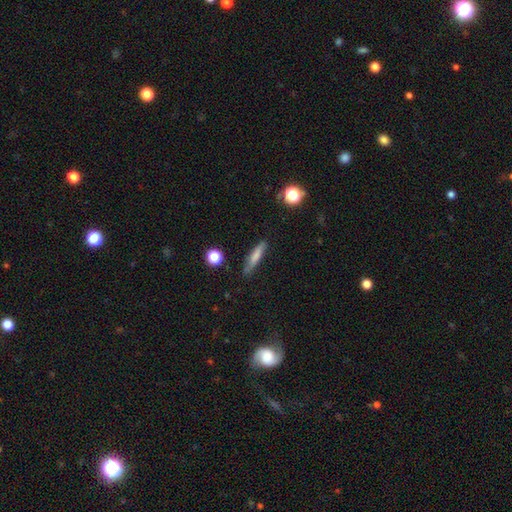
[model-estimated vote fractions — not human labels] Q: Smooth or featured?
A: smooth (72%); runner-up: featured or disk (20%)
Q: How rounded?
A: cigar-shaped (85%); runner-up: in between (12%)
Q: Merging?
A: none (81%); runner-up: minor disturbance (14%)